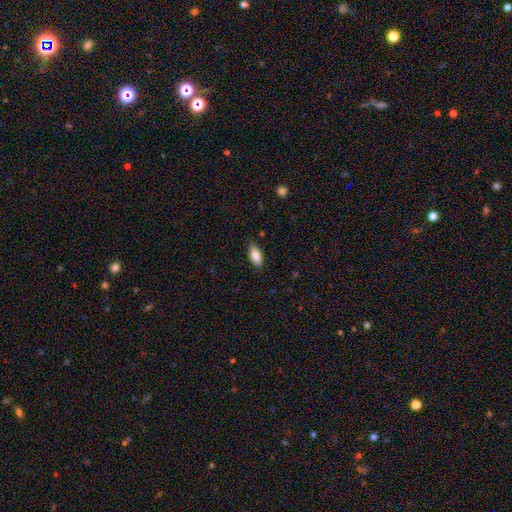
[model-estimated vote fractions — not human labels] smooth_or_featured: smooth (p=0.86) [alt: featured or disk p=0.08]
how_rounded: in between (p=0.84) [alt: cigar-shaped p=0.13]
merging: none (p=0.83) [alt: minor disturbance p=0.13]